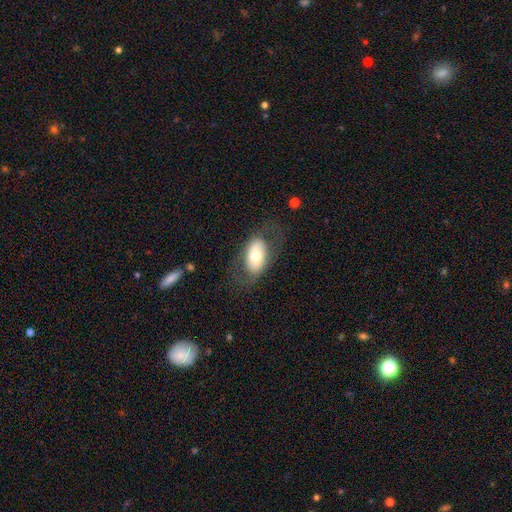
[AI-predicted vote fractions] smooth_or_featured: smooth (p=0.57) [alt: featured or disk p=0.36]
how_rounded: in between (p=0.90) [alt: round p=0.08]
merging: none (p=0.69) [alt: minor disturbance p=0.17]